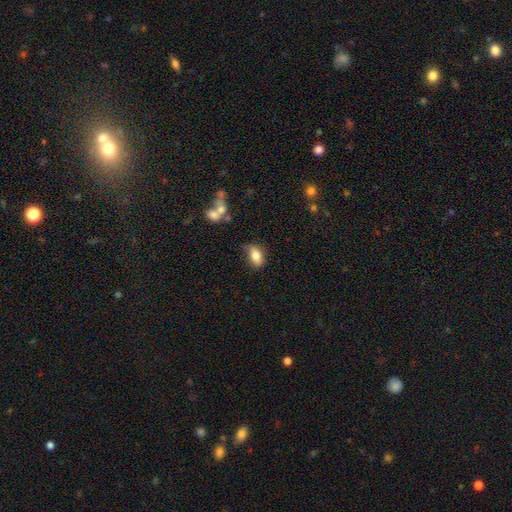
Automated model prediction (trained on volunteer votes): This is clearly a smooth galaxy (82%). How rounded: clearly in between (87%). Merging: possibly none (60%).